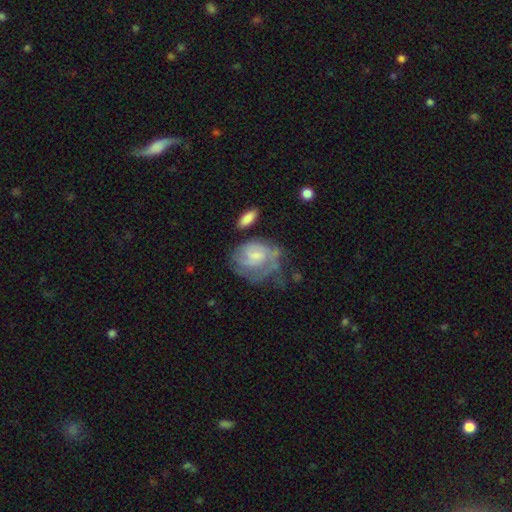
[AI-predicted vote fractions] A featured or disk galaxy (60%) with no bar (61%), spiral arms (75%) and a small central bulge (44%).

Vote fractions:
- Smooth or featured? featured or disk: 60% / smooth: 32% / star or artifact: 8%
- Edge-on disk? no: 97% / yes: 3%
- Bar? no: 61% / weak: 34% / strong: 5%
- Spiral arms? yes: 75% / no: 25%
- Bulge size? small: 44% / moderate: 29% / none: 20% / large: 6% / dominant: 2%
- Merging? none: 37% / major disturbance: 30% / minor disturbance: 25% / merger: 7%